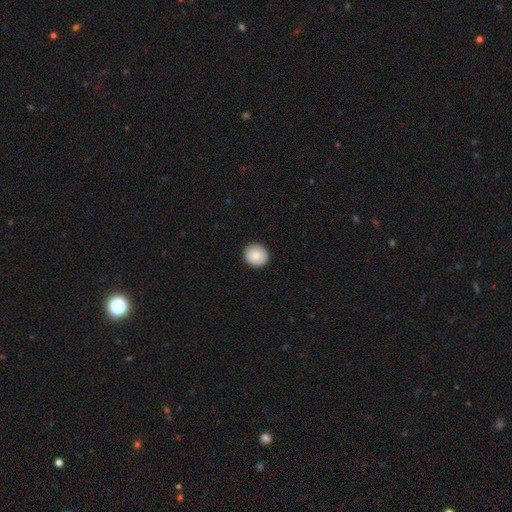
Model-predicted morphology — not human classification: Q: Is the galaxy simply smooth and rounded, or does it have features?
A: smooth — 85%.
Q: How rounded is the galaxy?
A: round — 88%.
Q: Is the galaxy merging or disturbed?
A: none — 91%.